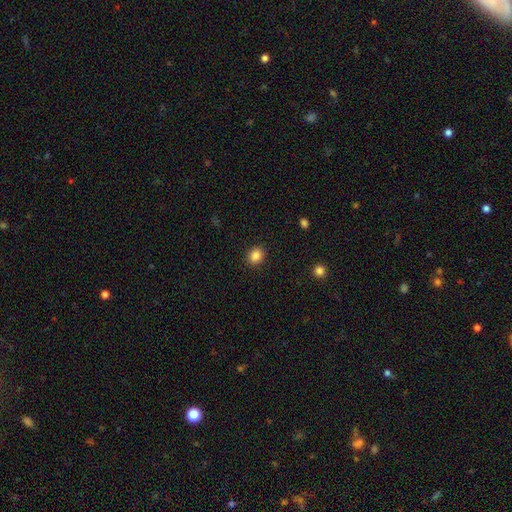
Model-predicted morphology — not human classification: Overall: smooth (86%). How rounded: round (67%; in between 32%). Merging: none (91%).